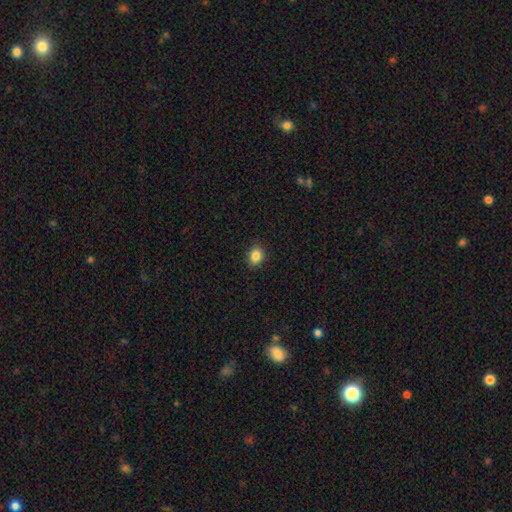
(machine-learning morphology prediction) Q: Smooth or featured?
A: smooth (85%); runner-up: star or artifact (10%)
Q: How rounded?
A: round (60%); runner-up: in between (39%)
Q: Merging?
A: none (90%); runner-up: minor disturbance (7%)